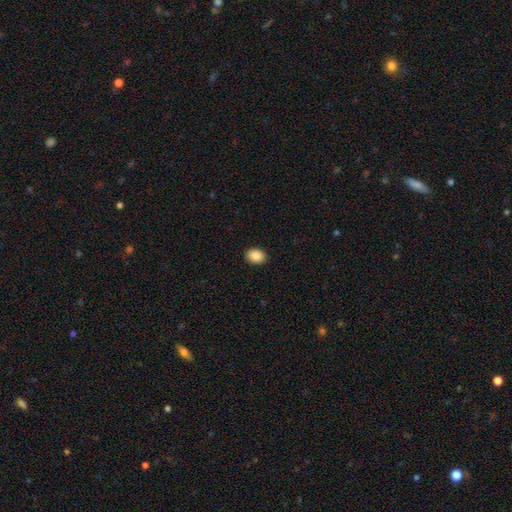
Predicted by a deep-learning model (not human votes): This appears to be a smooth galaxy with no disk features (89%) that is in between round and cigar-shaped (65%). Merging: none (91%).